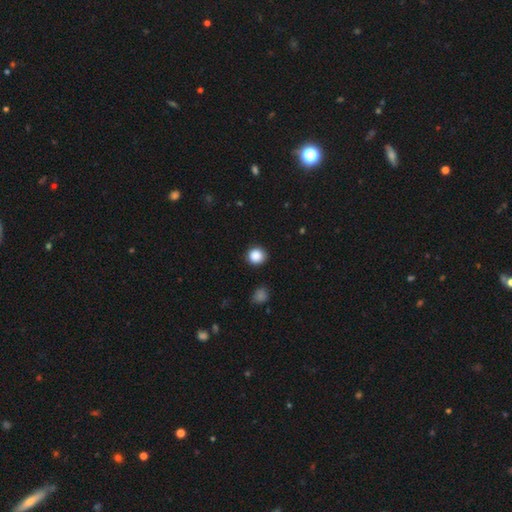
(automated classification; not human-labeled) Q: Smooth or featured?
A: smooth (87%); runner-up: star or artifact (10%)
Q: How rounded?
A: round (90%); runner-up: in between (9%)
Q: Merging?
A: none (89%); runner-up: minor disturbance (7%)